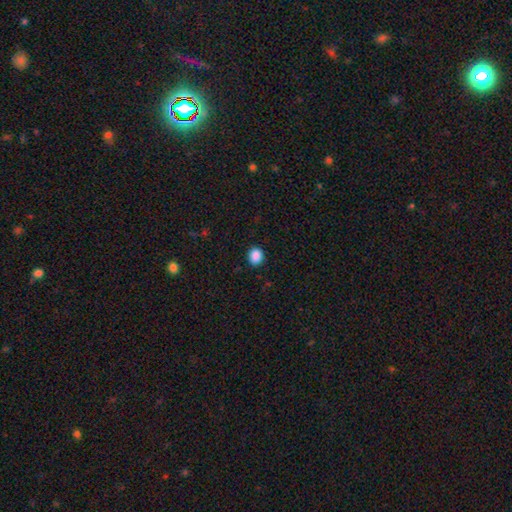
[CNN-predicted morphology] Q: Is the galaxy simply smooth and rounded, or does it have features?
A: smooth — 88%.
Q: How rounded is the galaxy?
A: round — 63%.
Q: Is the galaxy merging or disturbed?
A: none — 89%.